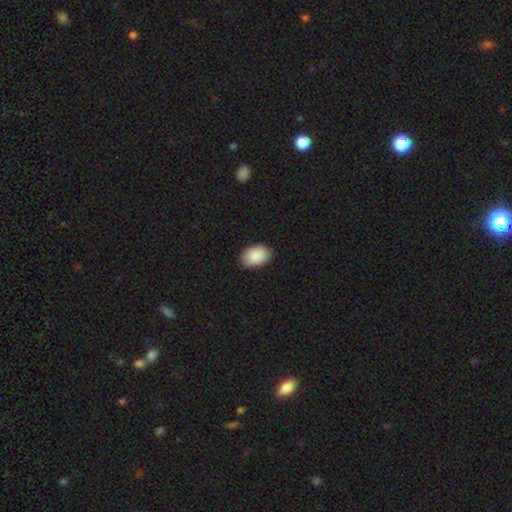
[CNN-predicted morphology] type=smooth (90%); roundness=in between (89%); merging=none (87%).